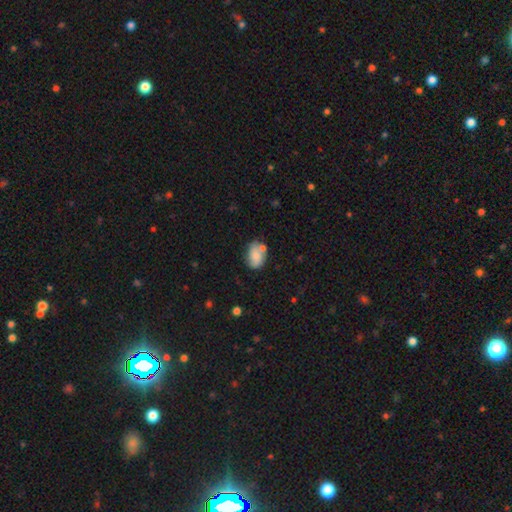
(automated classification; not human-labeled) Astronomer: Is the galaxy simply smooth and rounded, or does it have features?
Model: smooth — 74%.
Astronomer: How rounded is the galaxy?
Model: in between — 81%.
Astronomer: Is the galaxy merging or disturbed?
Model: none — 52%.